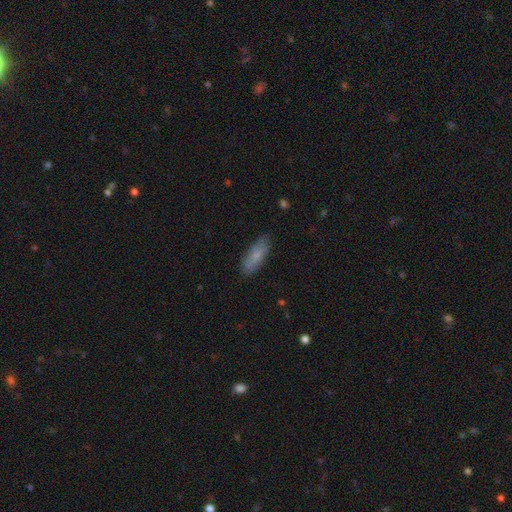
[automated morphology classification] Smooth or featured? Predicted: smooth (p=0.75). How rounded? Predicted: in between (p=0.59). Merging? Predicted: none (p=0.80).